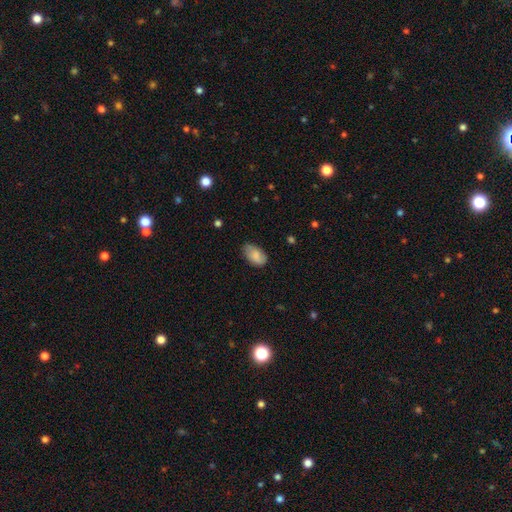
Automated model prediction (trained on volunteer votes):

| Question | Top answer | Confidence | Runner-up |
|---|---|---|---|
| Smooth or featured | smooth | 79% | featured or disk (14%) |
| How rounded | in between | 92% | round (6%) |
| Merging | none | 68% | minor disturbance (26%) |